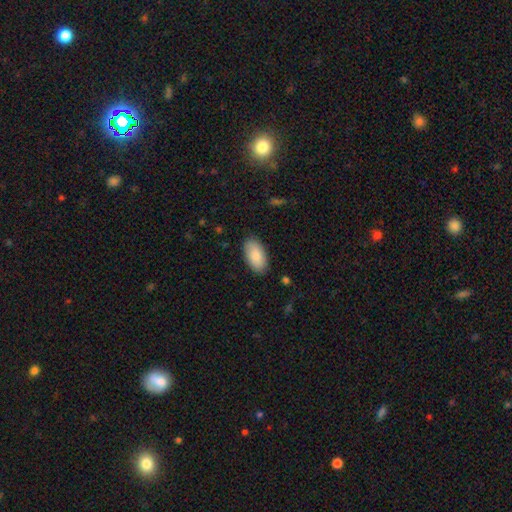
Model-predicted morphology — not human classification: Smooth or featured: smooth — 87% (featured or disk — 7%)
How rounded: in between — 95% (round — 2%)
Merging: none — 86% (minor disturbance — 10%)